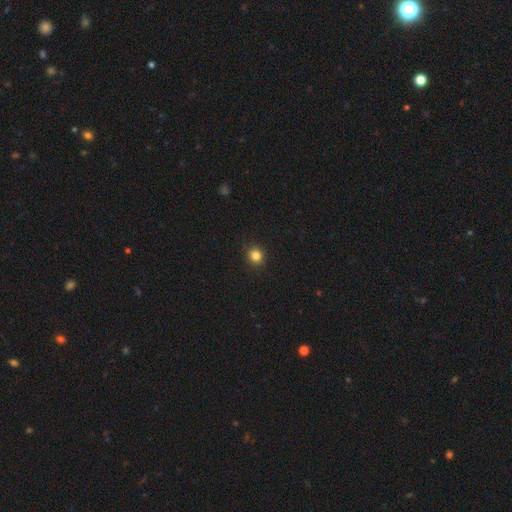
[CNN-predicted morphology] A smooth galaxy with no disk features (84%) that is round (90%). Merging: none (90%).